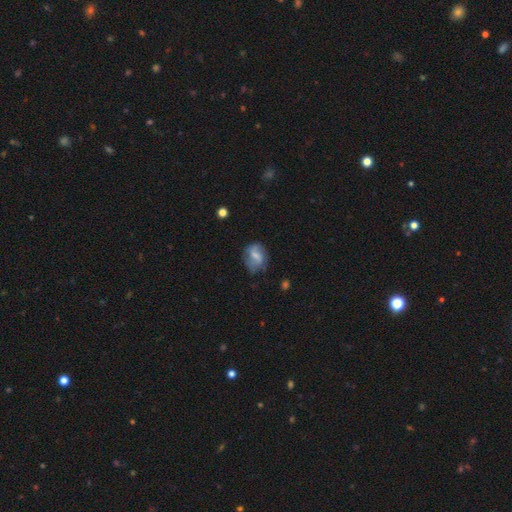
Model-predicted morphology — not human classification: Smooth or featured? smooth (49%)
Merging? none (57%)